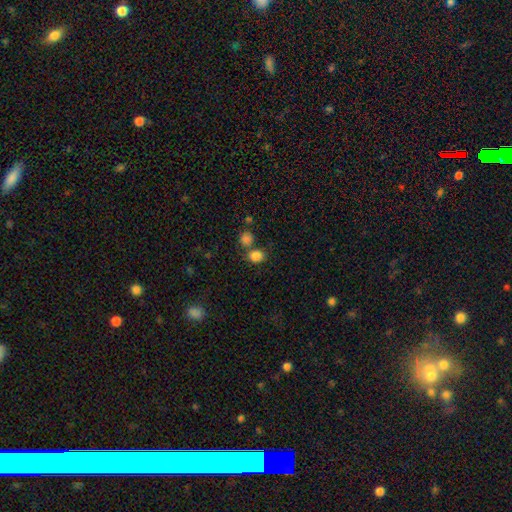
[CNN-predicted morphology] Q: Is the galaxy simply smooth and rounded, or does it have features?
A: smooth — 84%.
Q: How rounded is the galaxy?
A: round — 59%.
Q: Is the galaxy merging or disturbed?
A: none — 58%.